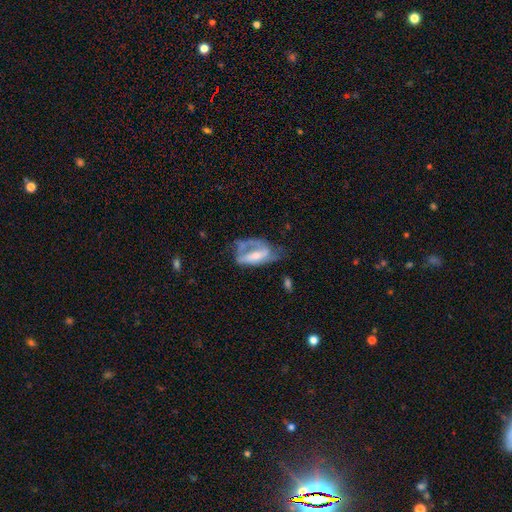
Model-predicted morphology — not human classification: This is likely a featured or disk galaxy (61%). It is clearly not viewed edge-on (91%). Bar: marginally no (41%). Spiral arm pattern: possibly yes (57%). Central bulge: marginally moderate (41%). Merging: marginally major disturbance (42%).